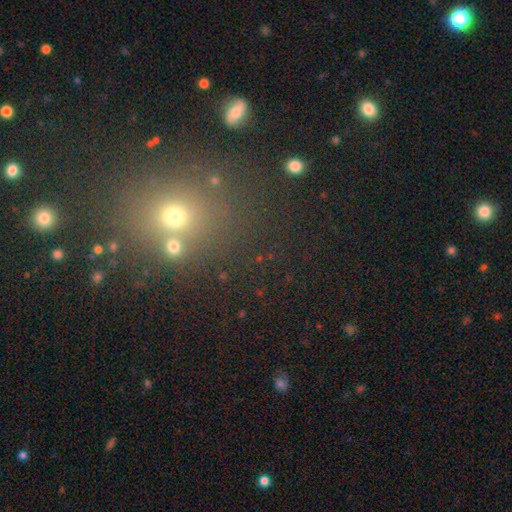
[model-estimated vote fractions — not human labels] Q: Smooth or featured?
A: smooth (46%); runner-up: star or artifact (44%)
Q: Merging?
A: none (76%); runner-up: merger (11%)